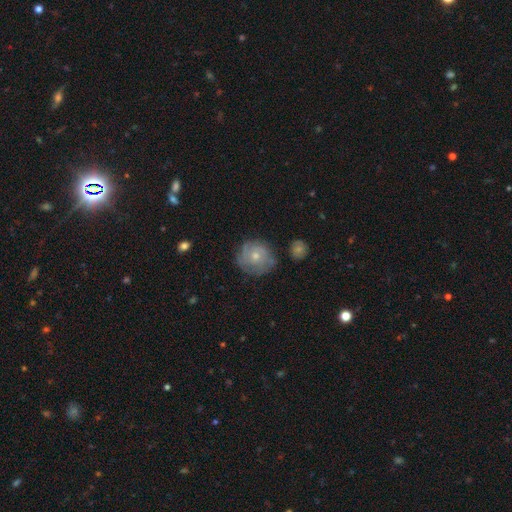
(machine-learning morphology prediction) featured or disk 50%, smooth 42%, star or artifact 8%. Down the decision tree: edge-on disk — no (97%); merging — none (69%).